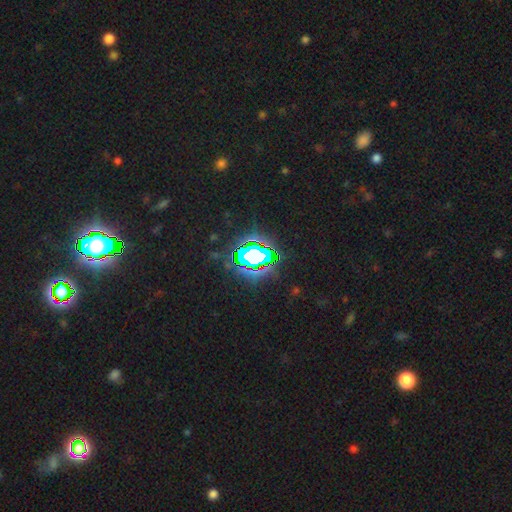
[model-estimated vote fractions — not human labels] Smooth or featured?
  - star or artifact: 72% *
  - smooth: 15%
  - featured or disk: 13%